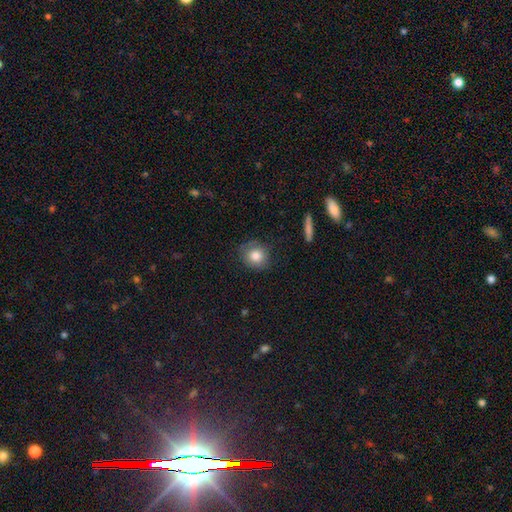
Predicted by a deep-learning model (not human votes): The model was most divided on "merging": none: 76%, minor disturbance: 18%, major disturbance: 5%, merger: 2%. More confident: how rounded — round (82%); smooth or featured — smooth (81%).